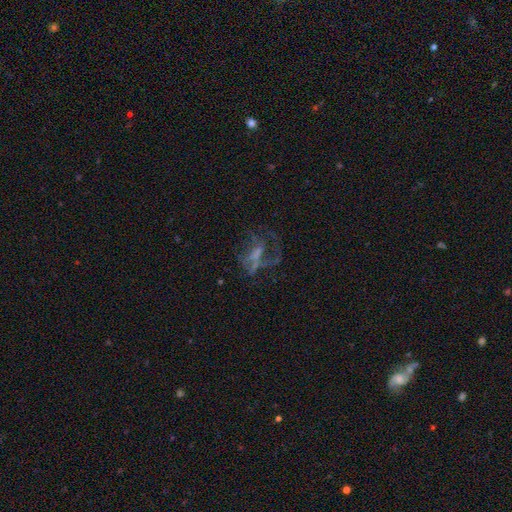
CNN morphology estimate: This appears to be a featured or disk galaxy (56%) with no bar (62%), no spiral arms (63%) and no central bulge (54%). Merging: major disturbance (47%).